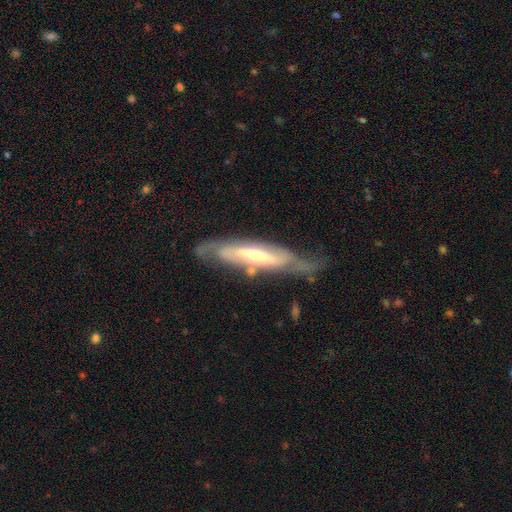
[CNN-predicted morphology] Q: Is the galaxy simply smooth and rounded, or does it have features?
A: featured or disk — 75%.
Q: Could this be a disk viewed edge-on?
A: no — 57%.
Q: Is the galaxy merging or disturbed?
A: none — 58%.